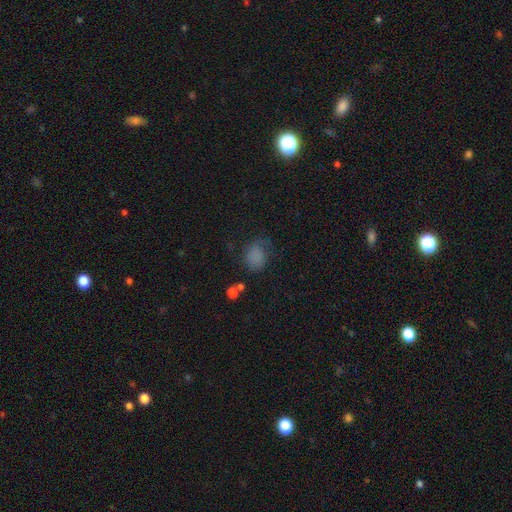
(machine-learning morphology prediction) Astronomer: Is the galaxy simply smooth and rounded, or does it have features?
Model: smooth — 72%.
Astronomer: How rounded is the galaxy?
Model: in between — 52% (runner-up: round, 46%).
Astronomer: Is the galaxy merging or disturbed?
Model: none — 51% (runner-up: minor disturbance, 27%).